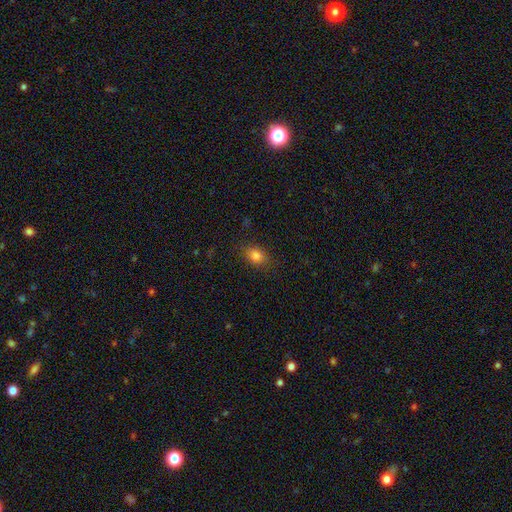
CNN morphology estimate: Smooth or featured: smooth — 82% (star or artifact — 12%)
How rounded: in between — 70% (round — 28%)
Merging: none — 83% (minor disturbance — 12%)